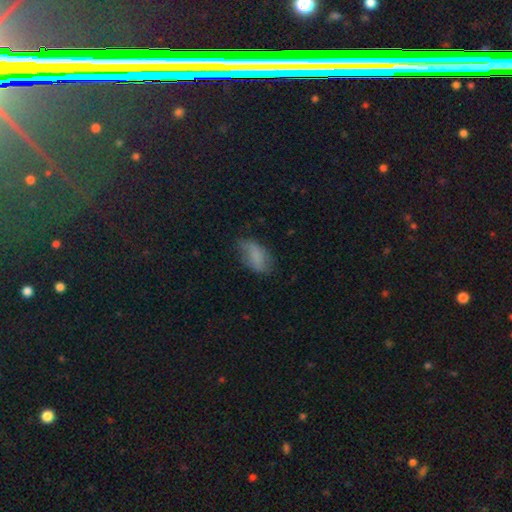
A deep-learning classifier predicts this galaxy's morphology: Smooth or featured?
  - smooth: 74% *
  - featured or disk: 17%
  - star or artifact: 9%
How rounded?
  - in between: 91% *
  - round: 5%
  - cigar-shaped: 4%
Merging?
  - none: 55% *
  - minor disturbance: 32%
  - major disturbance: 11%
  - merger: 2%